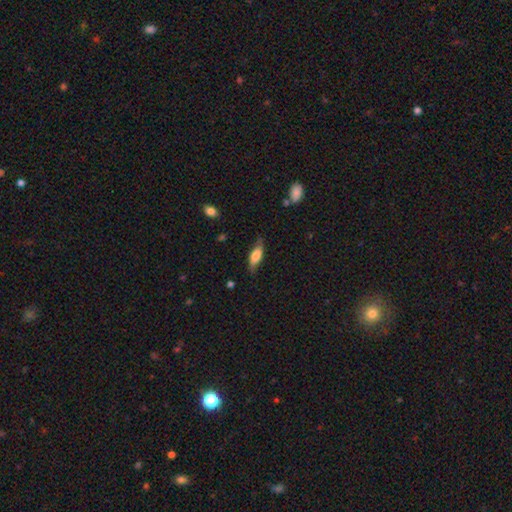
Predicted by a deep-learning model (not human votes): This is possibly a smooth galaxy (59%). How rounded: likely in between (64%). Merging: likely none (70%).